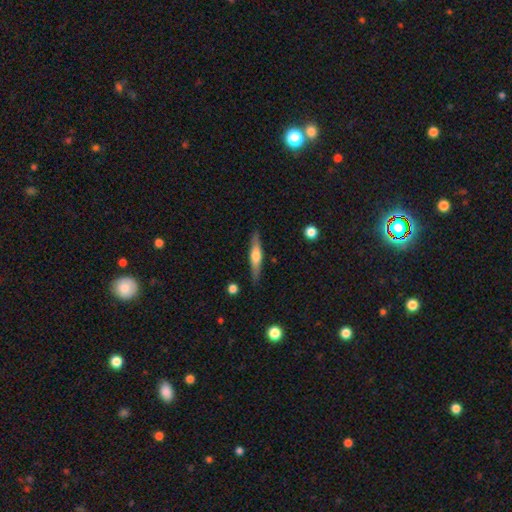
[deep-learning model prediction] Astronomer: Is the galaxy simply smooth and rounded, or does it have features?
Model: featured or disk — 60%.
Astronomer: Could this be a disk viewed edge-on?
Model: yes — 96%.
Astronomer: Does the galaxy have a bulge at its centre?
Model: rounded — 88%.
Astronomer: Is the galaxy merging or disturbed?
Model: none — 88%.